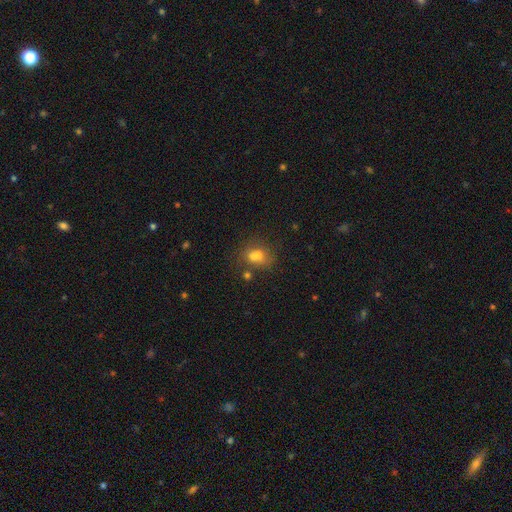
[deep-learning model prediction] smooth 65%, featured or disk 17%, star or artifact 17%. Down the decision tree: how rounded — round (60%); merging — merger (47%).